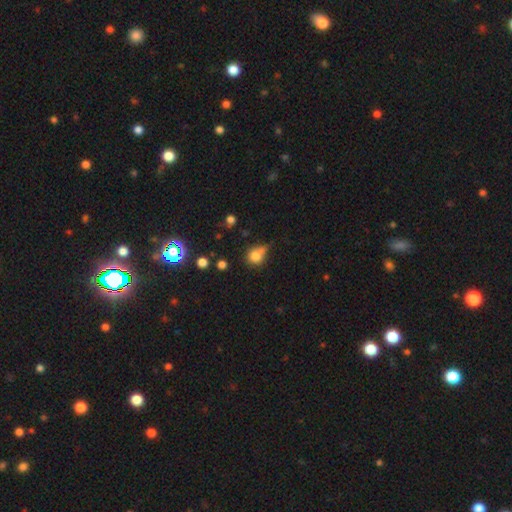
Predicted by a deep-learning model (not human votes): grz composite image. It shows a smooth galaxy with no disk features (74%) that is round (69%). Merging: none (43%).